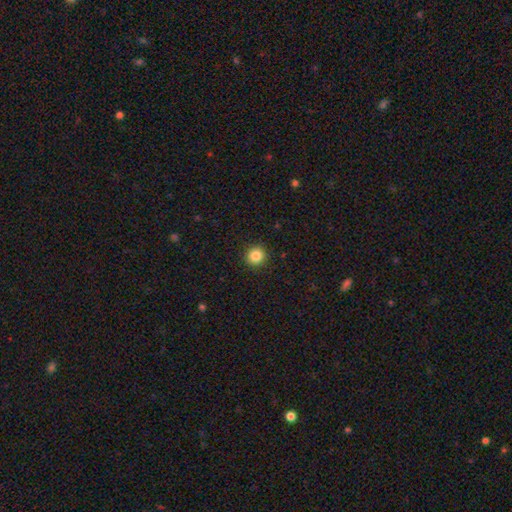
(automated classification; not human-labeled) Smooth or featured?
  - smooth: 85% *
  - star or artifact: 11%
  - featured or disk: 4%
How rounded?
  - round: 93% *
  - in between: 6%
  - cigar-shaped: 1%
Merging?
  - none: 92% *
  - minor disturbance: 5%
  - major disturbance: 2%
  - merger: 1%